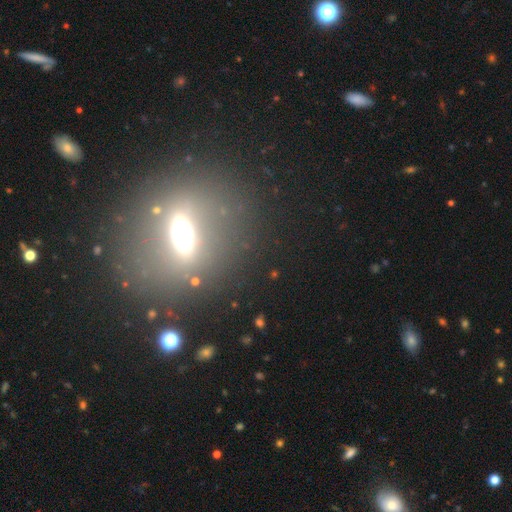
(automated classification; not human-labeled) The model was most divided on "smooth or featured": featured or disk: 49%, smooth: 30%, star or artifact: 21%. More confident: merging — none (80%).